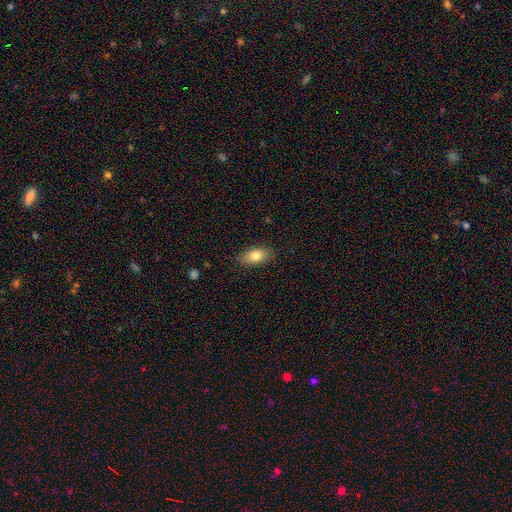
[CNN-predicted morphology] Smooth or featured: smooth — 80% (featured or disk — 13%)
How rounded: in between — 88% (cigar-shaped — 6%)
Merging: none — 84% (minor disturbance — 12%)